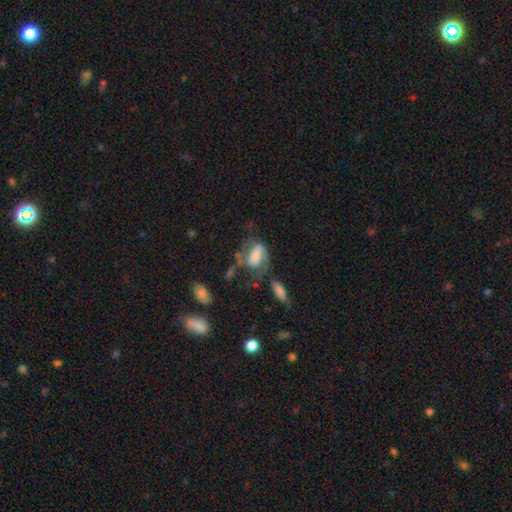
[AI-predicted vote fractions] A featured or disk galaxy (46%).

Vote fractions:
- Smooth or featured? featured or disk: 46% / smooth: 45% / star or artifact: 9%
- Merging? major disturbance: 32% (tied) / none: 32% (tied) / minor disturbance: 22% / merger: 15%